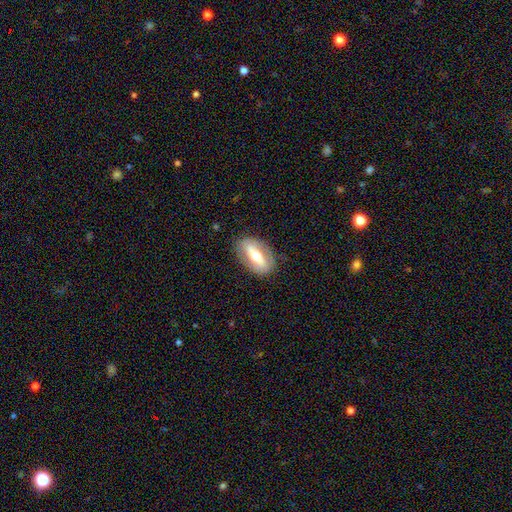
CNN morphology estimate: This appears to be a featured or disk galaxy (56%). Merging: none (83%).